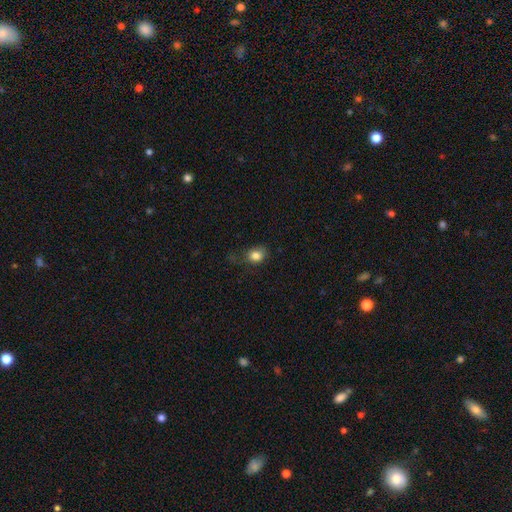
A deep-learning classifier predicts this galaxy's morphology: The model was most divided on "how rounded": round: 55%, in between: 44%, cigar-shaped: 1%. More confident: smooth or featured — smooth (83%); merging — none (62%).